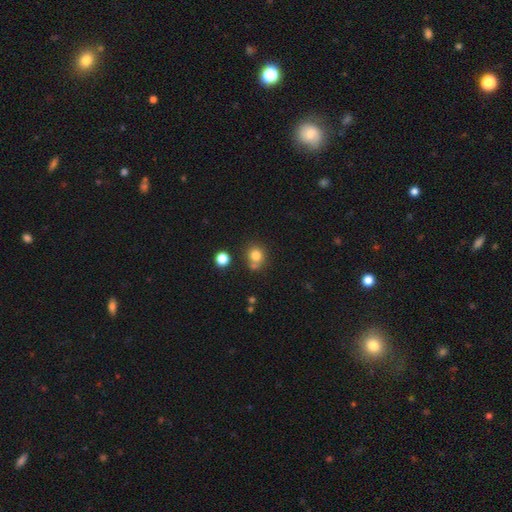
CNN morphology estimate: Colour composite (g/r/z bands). It shows a smooth galaxy with no disk features (79%) that is round (81%). Merging: none (60%).